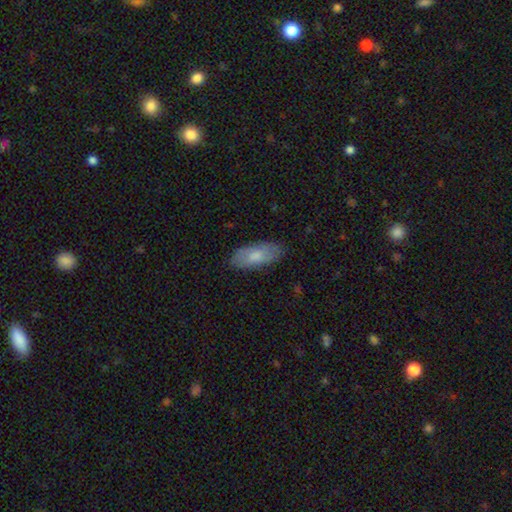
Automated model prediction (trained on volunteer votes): Overall: smooth (75%). How rounded: in between (85%). Merging: none (81%).